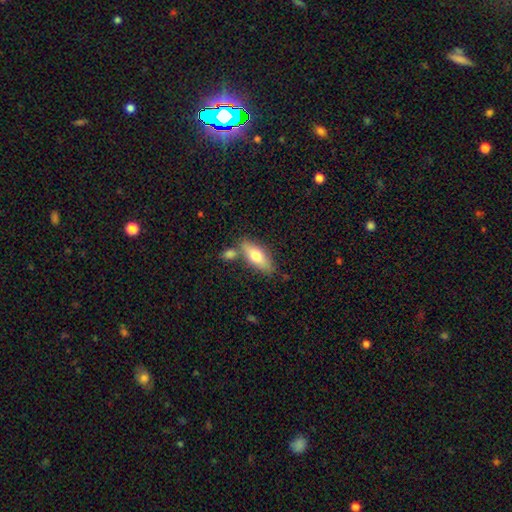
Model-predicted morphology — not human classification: smooth-or-featured: smooth: 68% | featured or disk: 26% | star or artifact: 6%
  how-rounded: in between: 71% | cigar-shaped: 26% | round: 3%
  merging: none: 66% | merger: 17% | minor disturbance: 13% | major disturbance: 4%